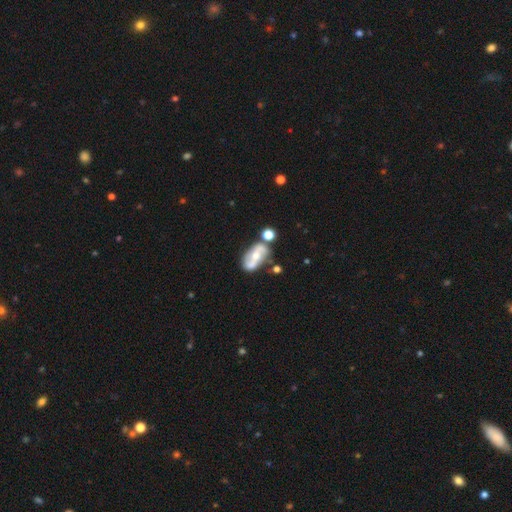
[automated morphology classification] smooth_or_featured: featured or disk (p=0.71) [alt: smooth p=0.22]
disk_edge_on: no (p=0.94) [alt: yes p=0.06]
bar: no (p=0.46) [alt: weak p=0.29]
has_spiral_arms: yes (p=0.79) [alt: no p=0.21]
spiral_winding: loose (p=0.48) [alt: medium p=0.35]
spiral_arm_count: 2 (p=0.86) [alt: can't tell p=0.08]
bulge_size: moderate (p=0.56) [alt: small p=0.38]
merging: none (p=0.57) [alt: merger p=0.19]